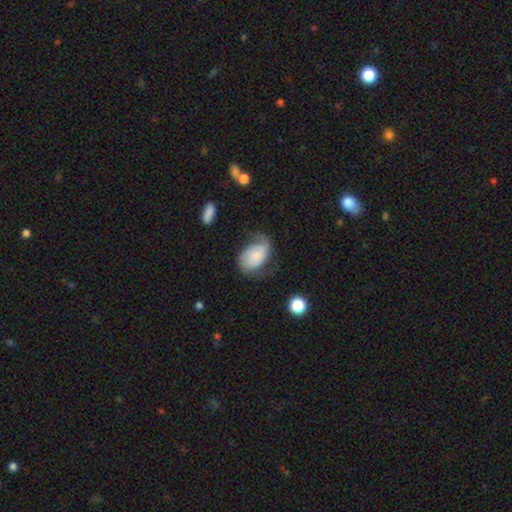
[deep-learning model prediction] The model was most divided on "merging": none: 42%, minor disturbance: 30%, major disturbance: 26%, merger: 2%. More confident: edge-on disk — no (96%); spiral arms — yes (86%); bar — no (71%); smooth or featured — featured or disk (55%); bulge size — small (50%).